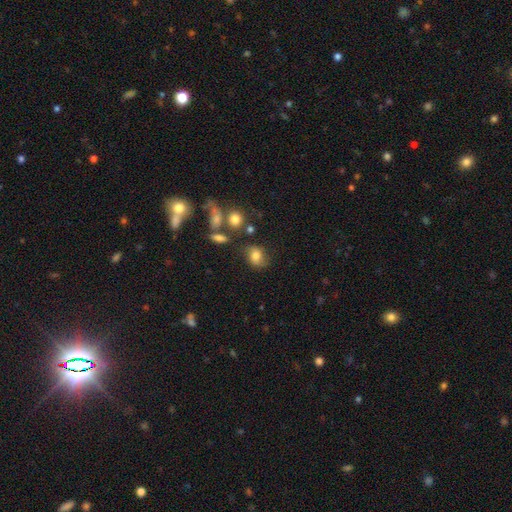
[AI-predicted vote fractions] Q: Smooth or featured?
A: smooth (71%); runner-up: featured or disk (17%)
Q: How rounded?
A: in between (55%); runner-up: round (44%)
Q: Merging?
A: none (63%); runner-up: minor disturbance (20%)